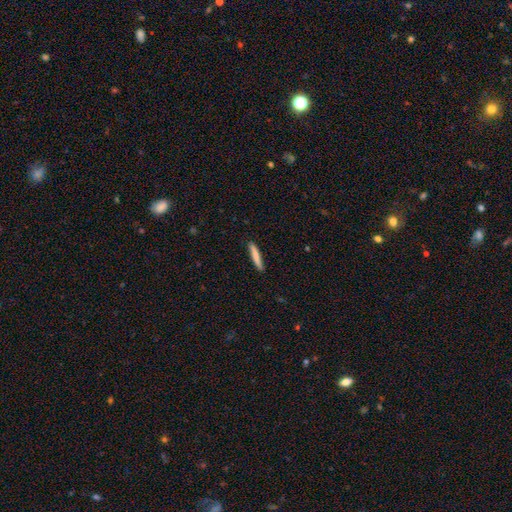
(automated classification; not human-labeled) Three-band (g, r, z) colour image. It shows a smooth galaxy with no disk features (77%) that is cigar-shaped (93%). Merging: none (89%).